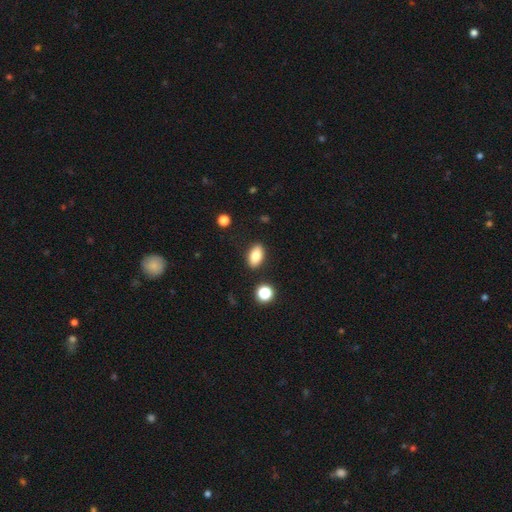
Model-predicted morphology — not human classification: Overall: smooth (80%). How rounded: in between (89%). Merging: none (86%).